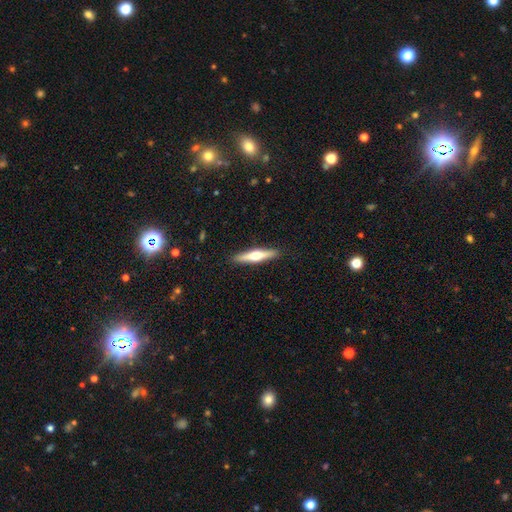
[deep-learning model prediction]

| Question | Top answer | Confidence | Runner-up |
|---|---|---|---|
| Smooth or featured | featured or disk | 56% | smooth (39%) |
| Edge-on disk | yes | 95% | no (5%) |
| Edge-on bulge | rounded | 93% | none (4%) |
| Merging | none | 91% | minor disturbance (7%) |